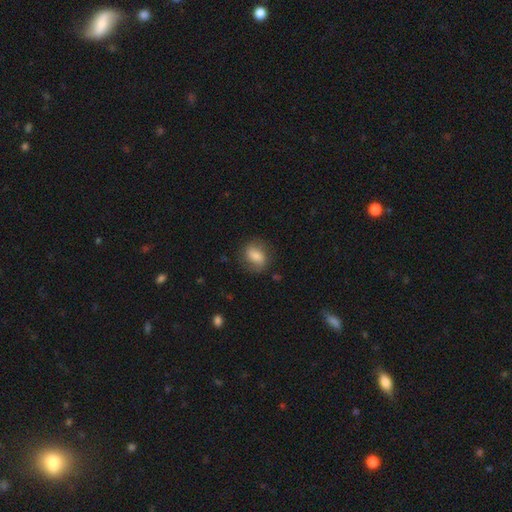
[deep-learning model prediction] This appears to be a smooth galaxy with no disk features (72%) that is in between round and cigar-shaped (62%). Merging: none (74%).